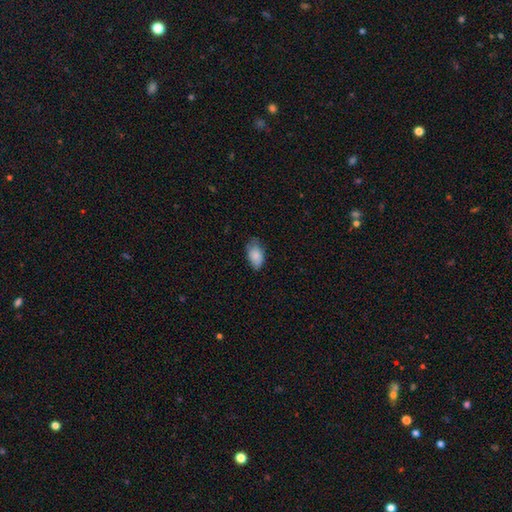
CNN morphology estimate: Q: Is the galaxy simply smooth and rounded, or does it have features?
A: smooth — 85%.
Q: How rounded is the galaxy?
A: in between — 92%.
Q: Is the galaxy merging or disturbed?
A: none — 68%.